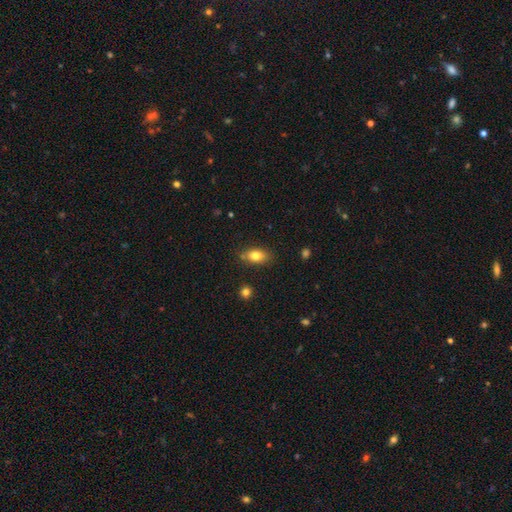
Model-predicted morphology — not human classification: Q: Smooth or featured?
A: smooth (81%); runner-up: featured or disk (11%)
Q: How rounded?
A: in between (86%); runner-up: round (9%)
Q: Merging?
A: none (78%); runner-up: minor disturbance (15%)